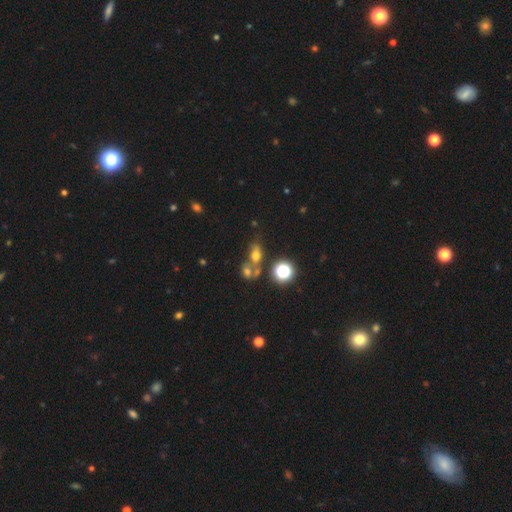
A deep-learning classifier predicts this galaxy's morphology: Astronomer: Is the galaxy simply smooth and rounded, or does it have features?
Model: smooth — 62%.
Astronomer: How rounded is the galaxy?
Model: in between — 53% (runner-up: round, 44%).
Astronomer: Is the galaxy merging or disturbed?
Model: none — 41% (runner-up: merger, 40%).